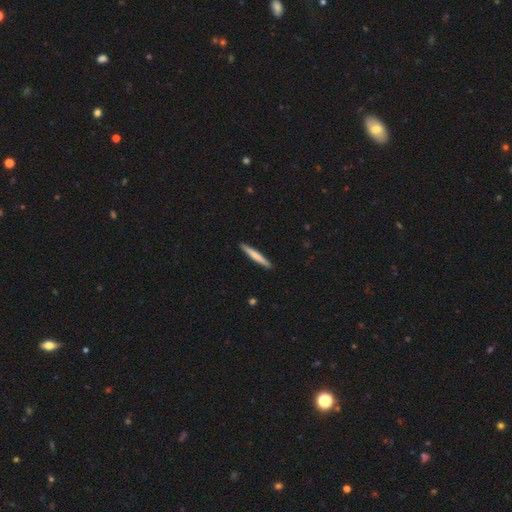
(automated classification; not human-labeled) This is likely a smooth galaxy (67%). How rounded: clearly cigar-shaped (96%). Merging: clearly none (92%).